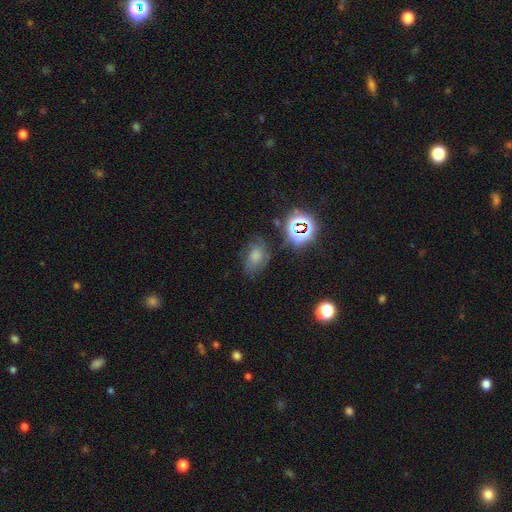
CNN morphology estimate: A smooth galaxy with no disk features (52%) that is in between round and cigar-shaped (79%).

Vote fractions:
- Smooth or featured? smooth: 52% / featured or disk: 25% / star or artifact: 24%
- How rounded? in between: 79% / round: 20% / cigar-shaped: 2%
- Merging? none: 62% / minor disturbance: 23% / major disturbance: 11% / merger: 4%